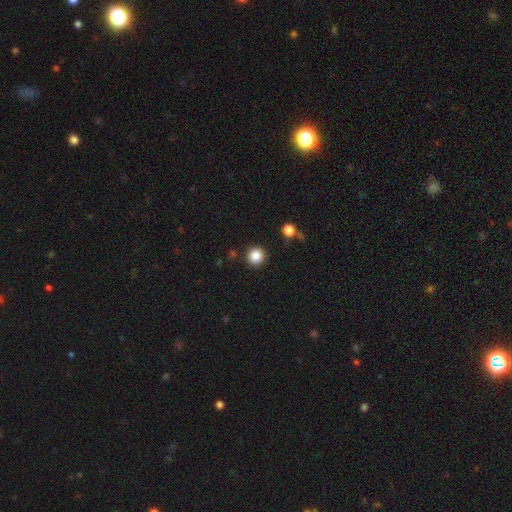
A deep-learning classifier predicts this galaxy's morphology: This appears to be a smooth galaxy with no disk features (86%) that is round (94%). Merging: none (91%).